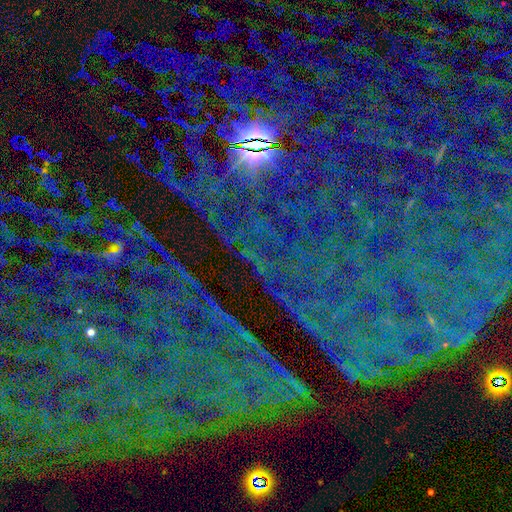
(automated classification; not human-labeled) The model was most divided on "smooth or featured": star or artifact: 84%, featured or disk: 8%, smooth: 8%.